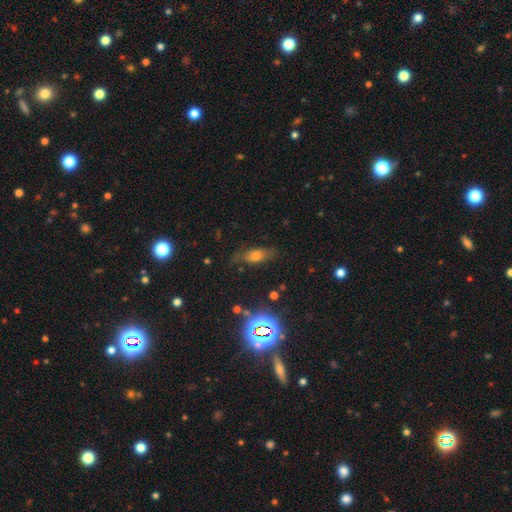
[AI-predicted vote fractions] Smooth or featured: smooth — 53% (featured or disk — 26%)
How rounded: in between — 65% (cigar-shaped — 27%)
Merging: none — 74% (minor disturbance — 18%)